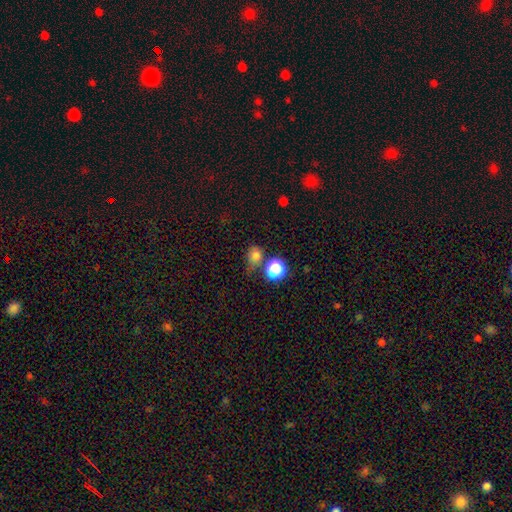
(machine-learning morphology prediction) The model was most divided on "merging": none: 58%, minor disturbance: 18%, merger: 17%, major disturbance: 7%. More confident: smooth or featured — smooth (77%); how rounded — round (73%).